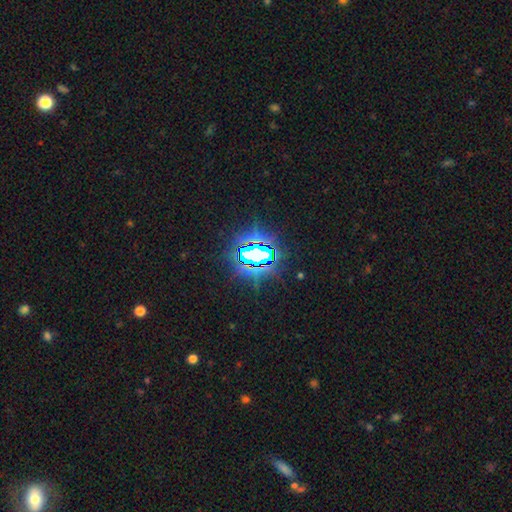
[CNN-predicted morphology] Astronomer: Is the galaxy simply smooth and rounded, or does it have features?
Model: star or artifact — 78%.